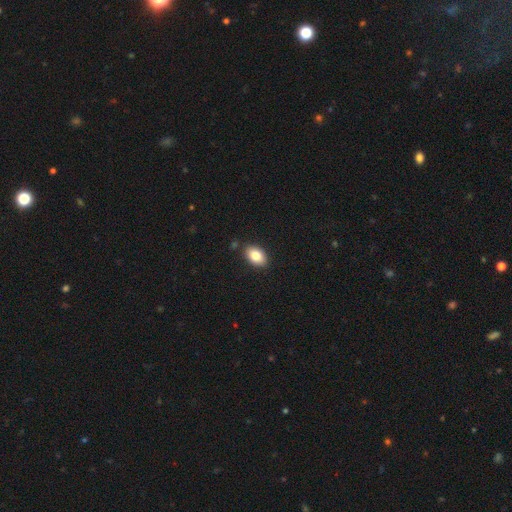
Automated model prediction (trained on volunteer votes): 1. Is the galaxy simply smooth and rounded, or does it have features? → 84% smooth, 9% featured or disk, 8% star or artifact.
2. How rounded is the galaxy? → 89% in between, 10% round, 1% cigar-shaped.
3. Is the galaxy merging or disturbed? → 87% none, 9% minor disturbance, 2% merger, 2% major disturbance.